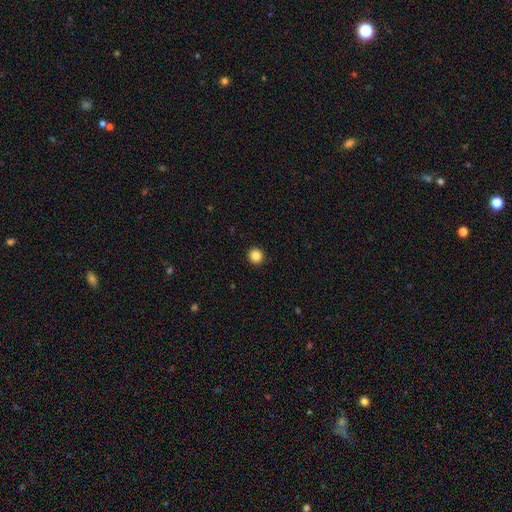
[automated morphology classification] smooth 86%, star or artifact 11%, featured or disk 4%. Down the decision tree: how rounded — round (93%); merging — none (93%).